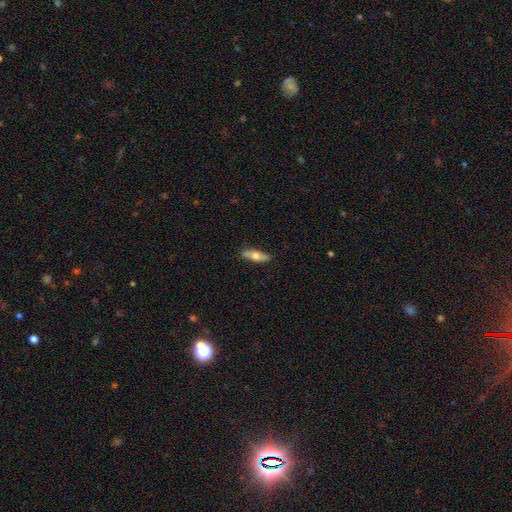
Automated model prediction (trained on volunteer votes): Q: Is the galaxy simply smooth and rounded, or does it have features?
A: smooth — 56%.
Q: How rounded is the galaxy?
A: cigar-shaped — 51%.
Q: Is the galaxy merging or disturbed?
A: none — 87%.